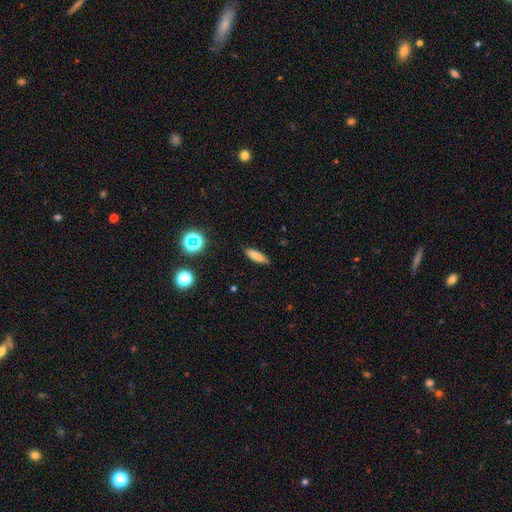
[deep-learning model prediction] Smooth or featured: smooth — 81% (star or artifact — 11%)
How rounded: cigar-shaped — 59% (in between — 38%)
Merging: none — 86% (minor disturbance — 10%)